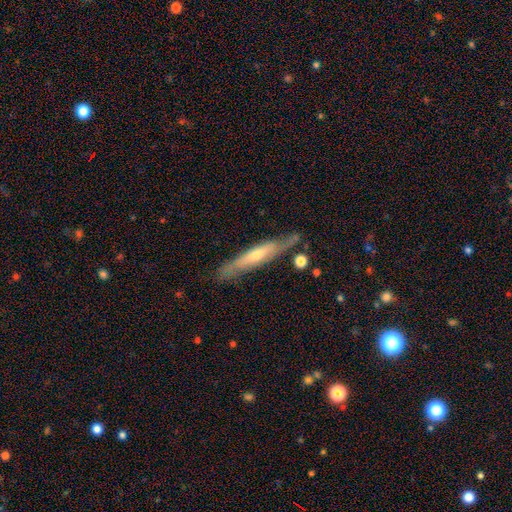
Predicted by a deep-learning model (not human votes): Smooth or featured? featured or disk (65%)
Edge-on disk? yes (81%)
Edge-on bulge? rounded (62%)
Merging? none (78%)